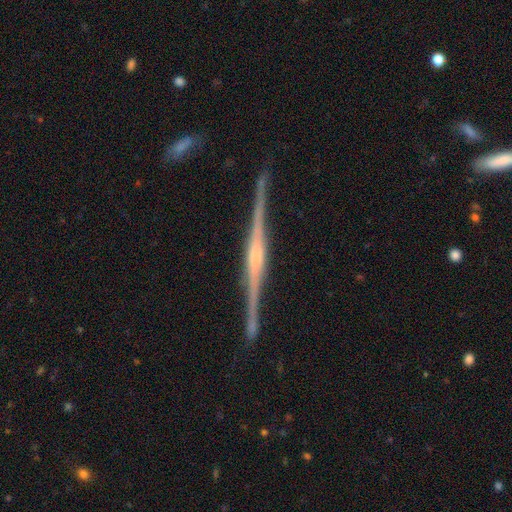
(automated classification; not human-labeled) Smooth or featured? Predicted: featured or disk (p=0.90). Edge-on disk? Predicted: yes (p=0.99). Edge-on bulge? Predicted: rounded (p=0.55). Merging? Predicted: none (p=0.90).